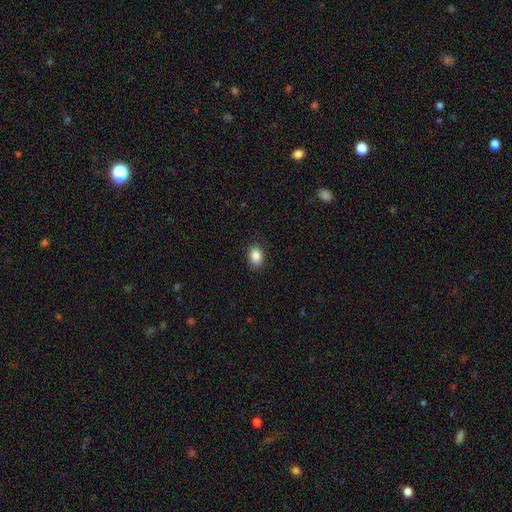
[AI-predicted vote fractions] This is clearly a smooth galaxy (87%). How rounded: likely in between (66%). Merging: clearly none (88%).